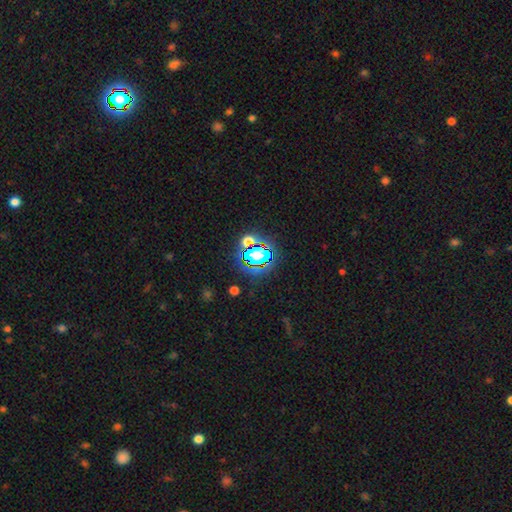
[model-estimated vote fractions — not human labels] Q: Smooth or featured?
A: star or artifact (59%); runner-up: smooth (27%)